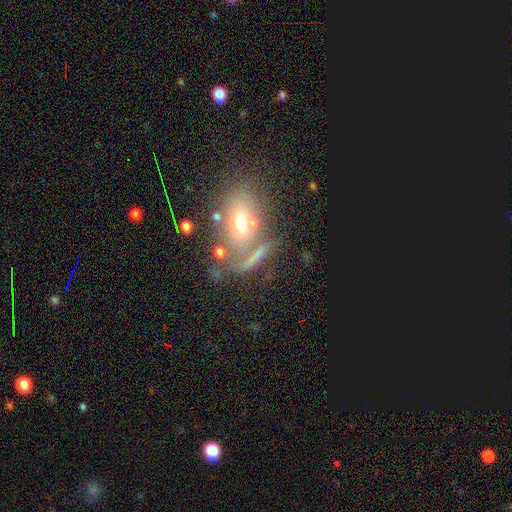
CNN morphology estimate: Smooth or featured? Predicted: smooth (p=0.51). How rounded? Predicted: in between (p=0.54). Merging? Predicted: none (p=0.51).